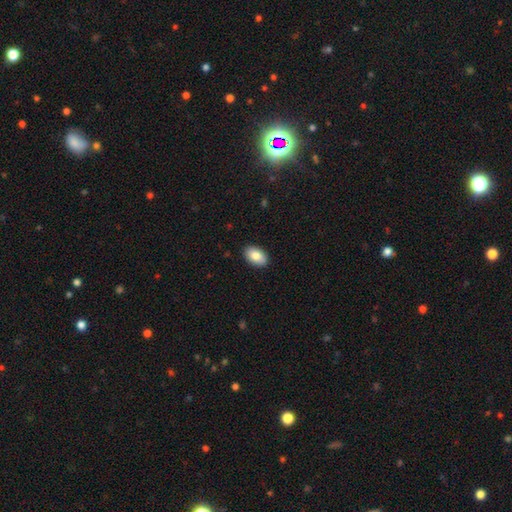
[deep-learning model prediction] smooth 86%, featured or disk 8%, star or artifact 7%. Down the decision tree: how rounded — in between (92%); merging — none (90%).